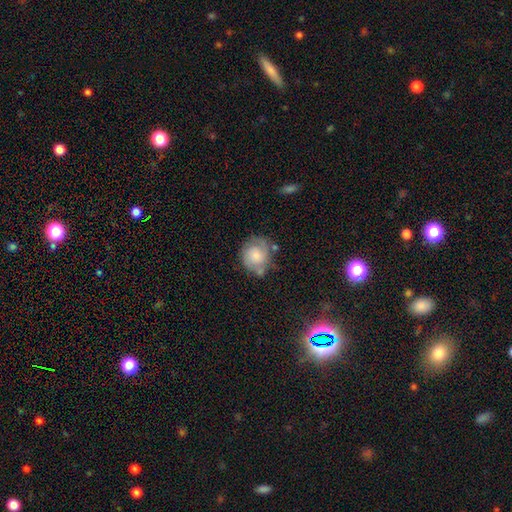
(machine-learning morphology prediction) smooth 51%, featured or disk 41%, star or artifact 8%. Down the decision tree: how rounded — round (74%); merging — none (56%).